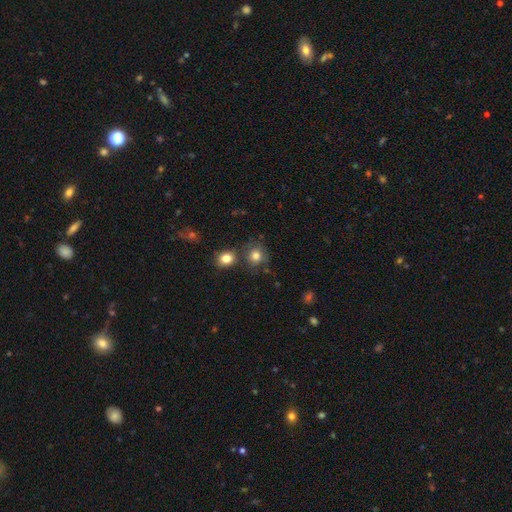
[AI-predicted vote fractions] Q: Smooth or featured?
A: smooth (80%); runner-up: star or artifact (11%)
Q: How rounded?
A: round (81%); runner-up: in between (18%)
Q: Merging?
A: none (69%); runner-up: merger (14%)